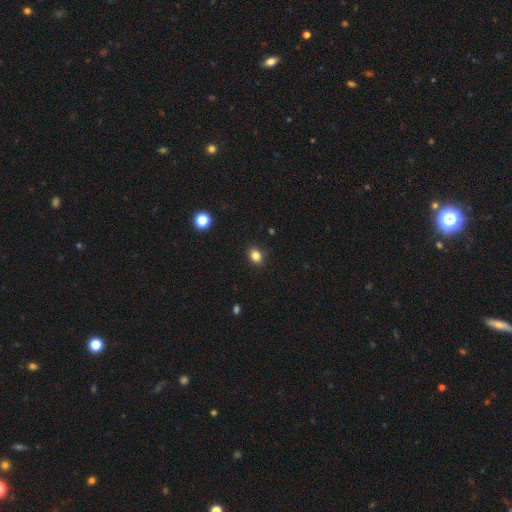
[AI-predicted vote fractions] The model was most divided on "how rounded": in between: 58%, round: 41%, cigar-shaped: 1%. More confident: merging — none (88%); smooth or featured — smooth (84%).